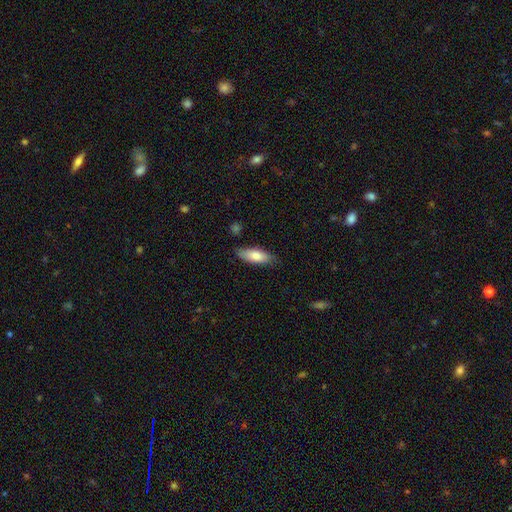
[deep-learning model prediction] Smooth or featured?
  - smooth: 77% *
  - featured or disk: 17%
  - star or artifact: 6%
How rounded?
  - in between: 68% *
  - cigar-shaped: 29%
  - round: 2%
Merging?
  - none: 79% *
  - minor disturbance: 16%
  - major disturbance: 3%
  - merger: 2%